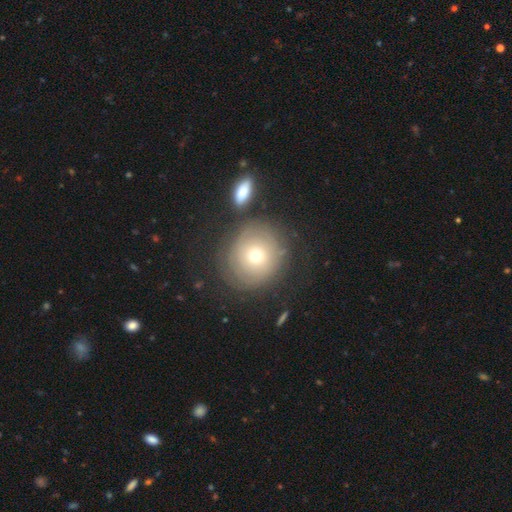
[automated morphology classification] smooth-or-featured: smooth: 52% | featured or disk: 37% | star or artifact: 11%
  how-rounded: round: 90% | in between: 9% | cigar-shaped: 1%
  merging: none: 73% | minor disturbance: 13% | major disturbance: 7% | merger: 6%